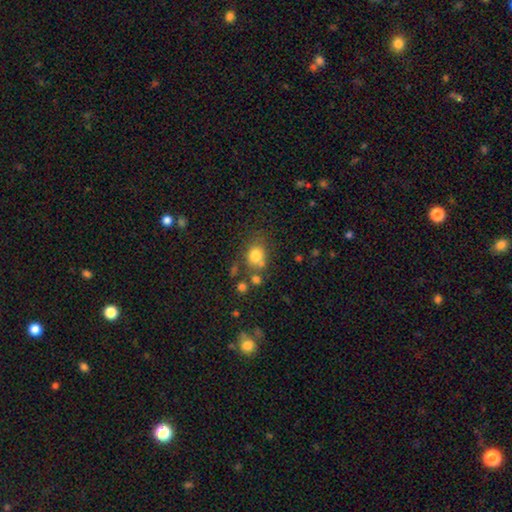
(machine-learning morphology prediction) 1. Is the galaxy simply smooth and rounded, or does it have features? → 78% smooth, 12% star or artifact, 9% featured or disk.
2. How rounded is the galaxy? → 63% round, 36% in between, 1% cigar-shaped.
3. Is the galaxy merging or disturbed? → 59% none, 17% minor disturbance, 17% merger, 7% major disturbance.